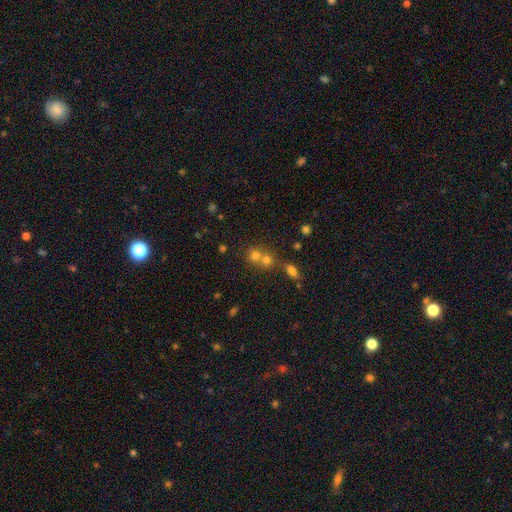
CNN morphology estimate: This appears to be a smooth galaxy with no disk features (71%) that is round (82%). Merging: merger (53%).